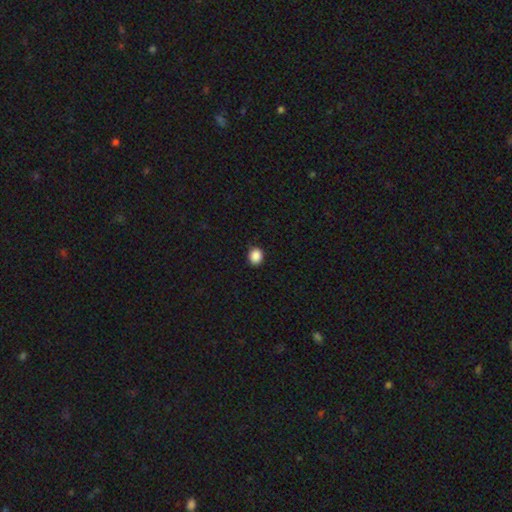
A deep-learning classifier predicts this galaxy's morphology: This is clearly a smooth galaxy (88%). How rounded: likely round (72%). Merging: clearly none (90%).